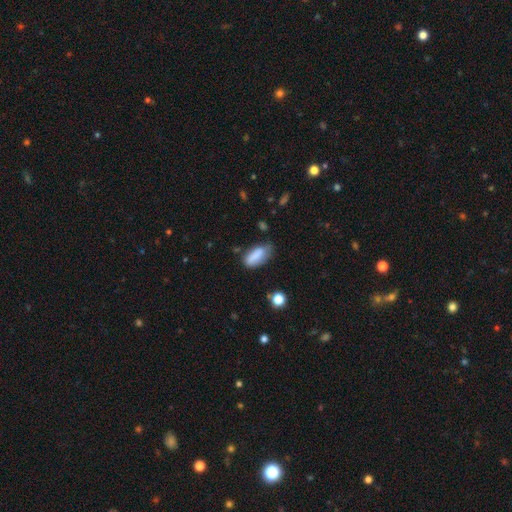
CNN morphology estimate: A smooth galaxy with no disk features (80%) that is in between round and cigar-shaped (85%).

Vote fractions:
- Smooth or featured? smooth: 80% / featured or disk: 12% / star or artifact: 8%
- How rounded? in between: 85% / cigar-shaped: 12% / round: 3%
- Merging? none: 54% / minor disturbance: 33% / major disturbance: 10% / merger: 4%